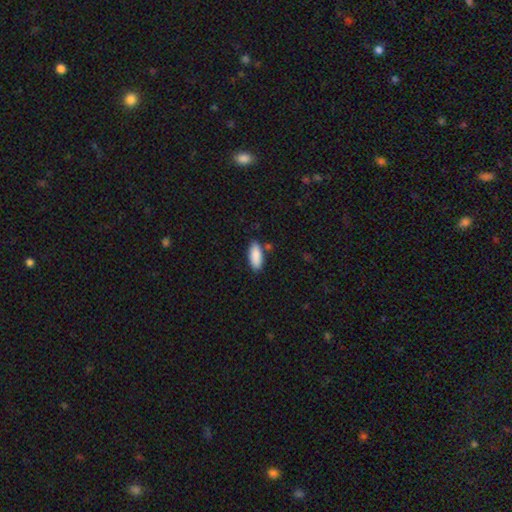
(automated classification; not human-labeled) A smooth galaxy with no disk features (89%) that is in between round and cigar-shaped (80%). Merging: none (80%).